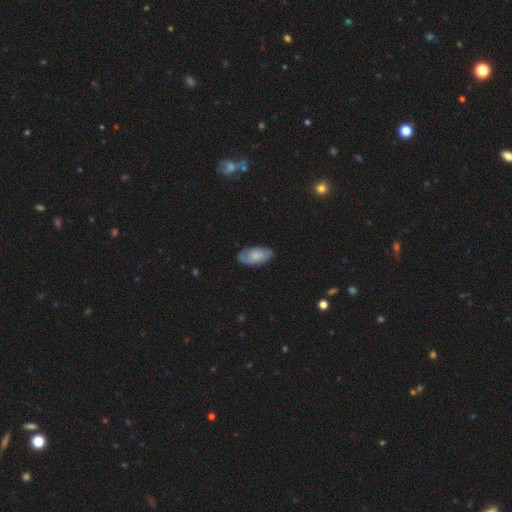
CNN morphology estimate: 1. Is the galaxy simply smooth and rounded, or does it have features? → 58% smooth, 35% featured or disk, 7% star or artifact.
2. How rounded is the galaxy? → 91% in between, 5% cigar-shaped, 3% round.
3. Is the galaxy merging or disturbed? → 72% none, 22% minor disturbance, 5% major disturbance, 1% merger.